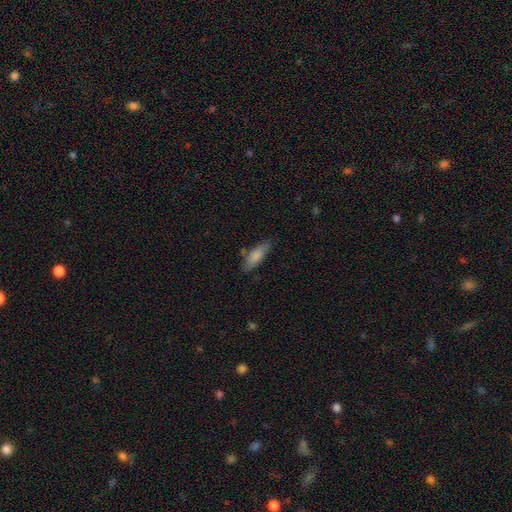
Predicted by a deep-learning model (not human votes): This is clearly a smooth galaxy (81%). How rounded: possibly in between (54%). Merging: likely none (74%).